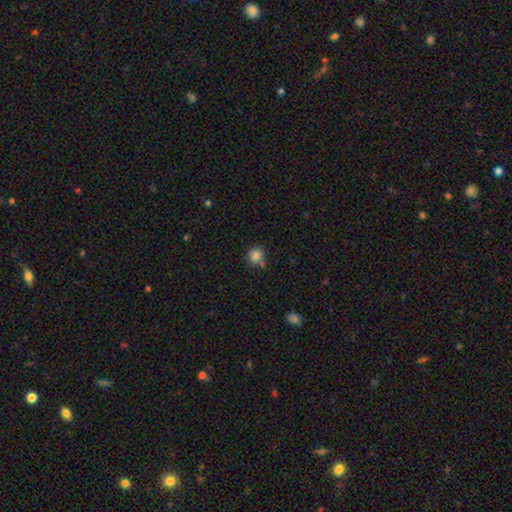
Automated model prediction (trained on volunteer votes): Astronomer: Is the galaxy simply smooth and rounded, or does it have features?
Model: smooth — 84%.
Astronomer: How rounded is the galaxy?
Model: round — 83%.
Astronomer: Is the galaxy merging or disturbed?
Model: none — 71%.